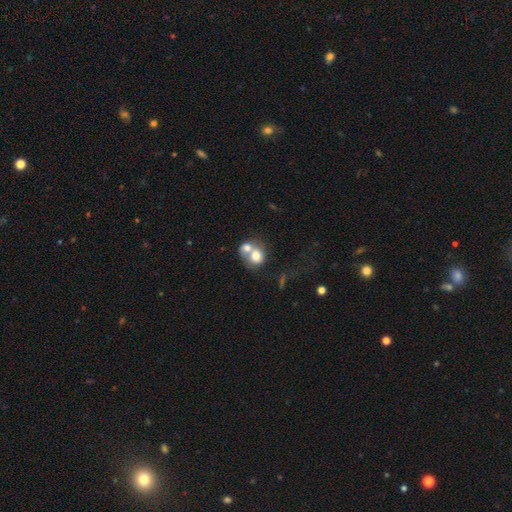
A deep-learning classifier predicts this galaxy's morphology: A smooth galaxy with no disk features (66%) that is round (66%). Merging: merger (71%).